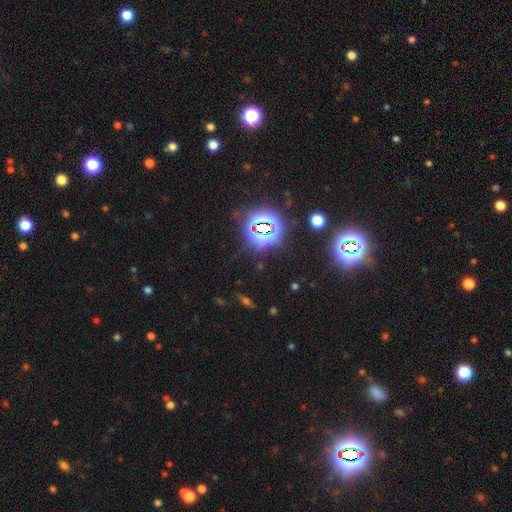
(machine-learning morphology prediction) A star or artifact, not a galaxy (82%).